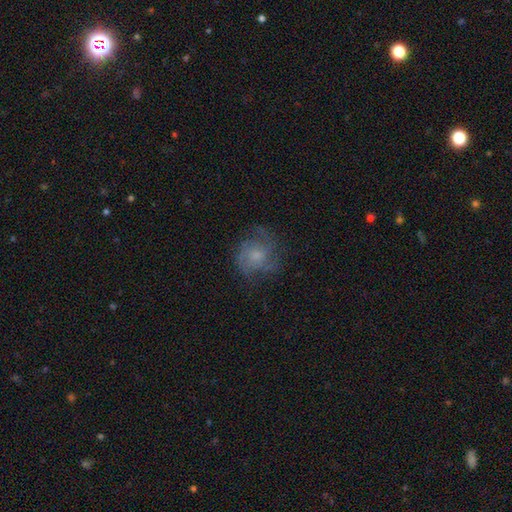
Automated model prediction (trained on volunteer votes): Q: Smooth or featured?
A: featured or disk (56%); runner-up: smooth (34%)
Q: Edge-on disk?
A: no (98%); runner-up: yes (2%)
Q: Bar?
A: no (77%); runner-up: weak (20%)
Q: Spiral arms?
A: yes (80%); runner-up: no (20%)
Q: Bulge size?
A: moderate (40%); runner-up: small (38%)
Q: Merging?
A: none (63%); runner-up: minor disturbance (21%)